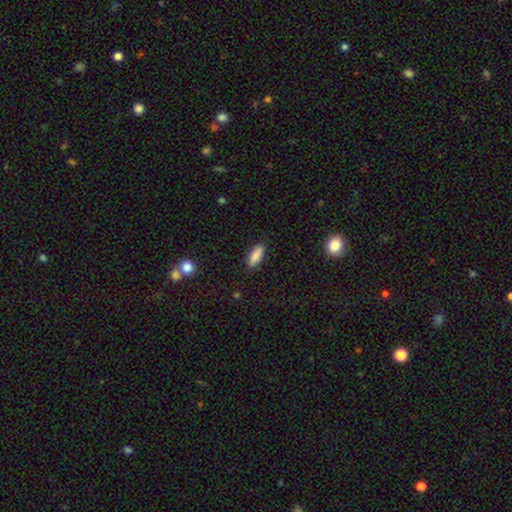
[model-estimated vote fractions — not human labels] smooth_or_featured: smooth (p=0.87) [alt: star or artifact p=0.07]
how_rounded: in between (p=0.58) [alt: cigar-shaped p=0.40]
merging: none (p=0.88) [alt: minor disturbance p=0.09]